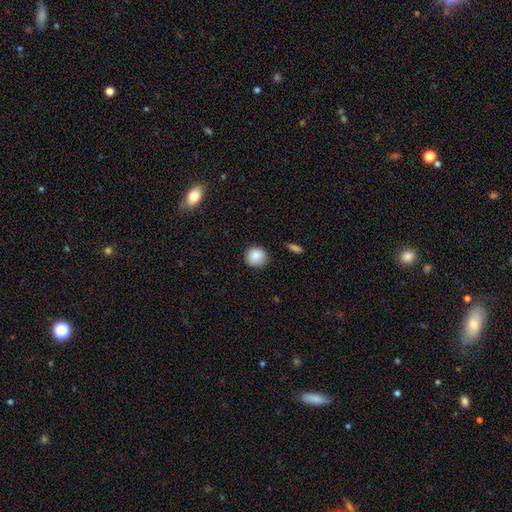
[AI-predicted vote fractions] This appears to be a smooth galaxy with no disk features (87%) that is round (91%). Merging: none (89%).